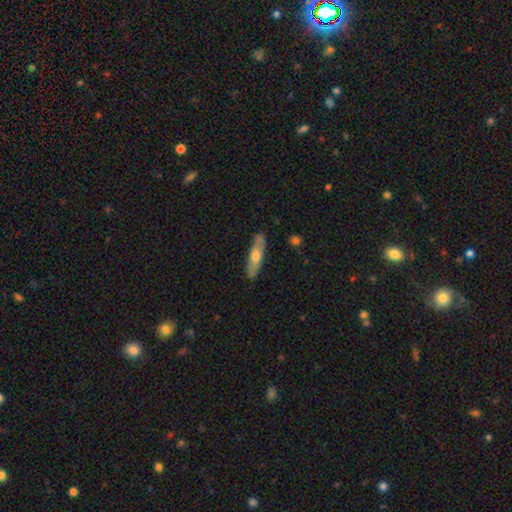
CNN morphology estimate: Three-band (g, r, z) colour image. It shows a smooth galaxy with no disk features (47%). Merging: none (85%).